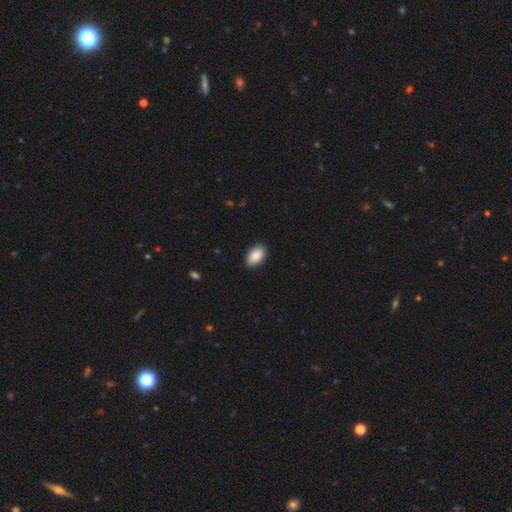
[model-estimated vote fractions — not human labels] Smooth or featured: smooth — 90% (star or artifact — 6%)
How rounded: in between — 93% (round — 5%)
Merging: none — 89% (minor disturbance — 8%)